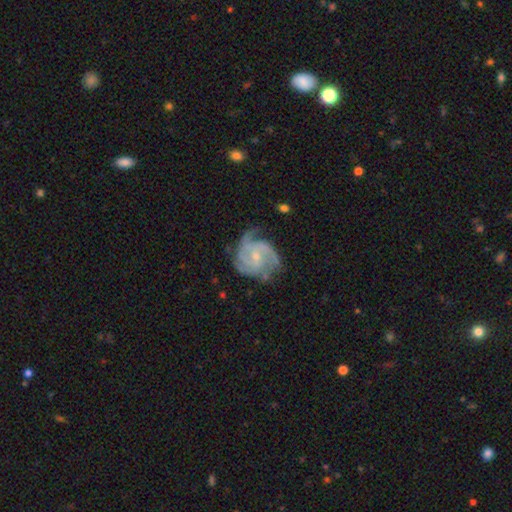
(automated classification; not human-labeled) smooth_or_featured: featured or disk (p=0.86) [alt: smooth p=0.08]
disk_edge_on: no (p=0.98) [alt: yes p=0.02]
bar: no (p=0.56) [alt: weak p=0.37]
has_spiral_arms: yes (p=0.96) [alt: no p=0.04]
spiral_winding: medium (p=0.46) [alt: tight p=0.42]
spiral_arm_count: 3 (p=0.44) [alt: 2 p=0.16]
bulge_size: small (p=0.69) [alt: moderate p=0.26]
merging: none (p=0.60) [alt: minor disturbance p=0.24]